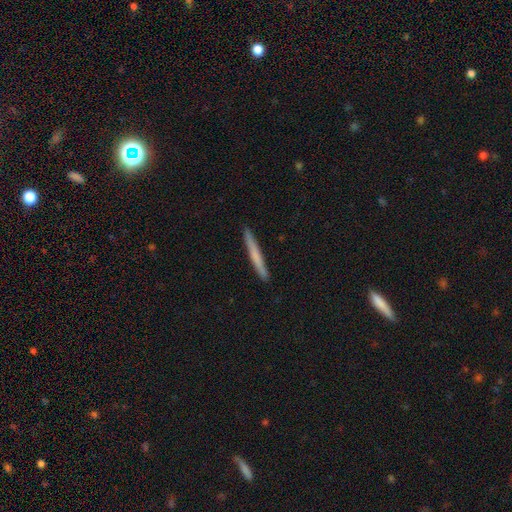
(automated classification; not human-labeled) Smooth or featured?
  - smooth: 63% *
  - featured or disk: 31%
  - star or artifact: 6%
How rounded?
  - cigar-shaped: 97% *
  - in between: 2%
  - round: 1%
Merging?
  - none: 92% *
  - minor disturbance: 6%
  - major disturbance: 1%
  - merger: 1%